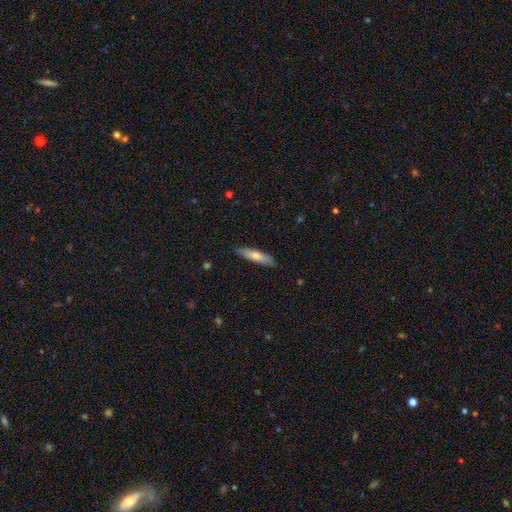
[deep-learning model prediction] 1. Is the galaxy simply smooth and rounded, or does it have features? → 68% smooth, 26% featured or disk, 6% star or artifact.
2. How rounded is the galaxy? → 79% cigar-shaped, 19% in between, 2% round.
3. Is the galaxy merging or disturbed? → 88% none, 9% minor disturbance, 2% major disturbance, 1% merger.